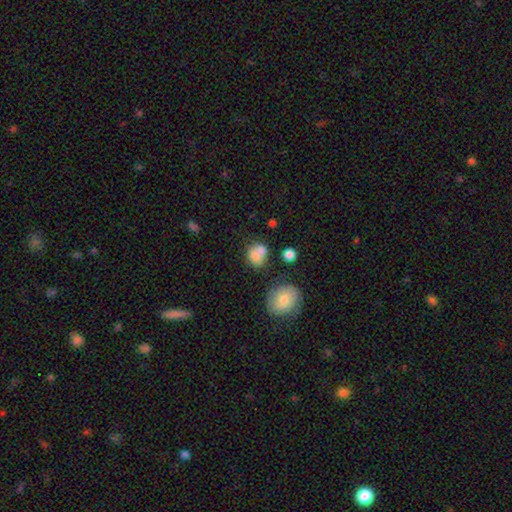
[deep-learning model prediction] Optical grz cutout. It shows a smooth galaxy with no disk features (76%) that is round (63%). Merging: none (41%).